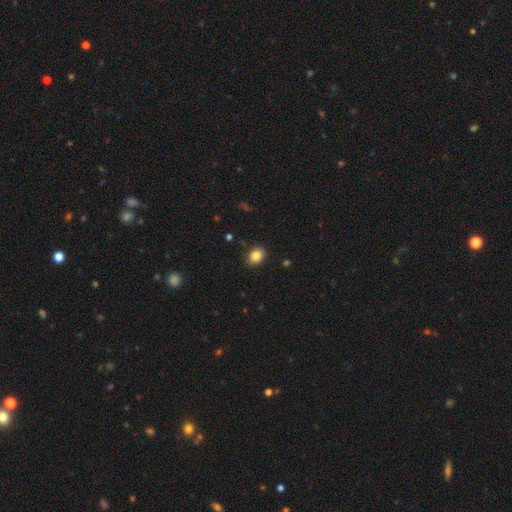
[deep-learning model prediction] This is clearly a smooth galaxy (85%). How rounded: possibly in between (53%). Merging: clearly none (86%).